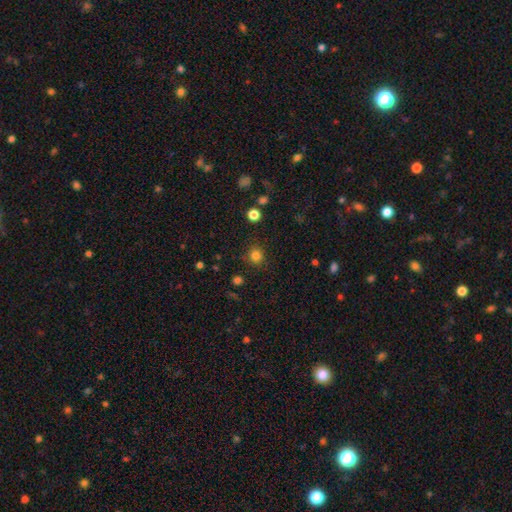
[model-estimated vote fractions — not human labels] smooth-or-featured: smooth: 81% | star or artifact: 14% | featured or disk: 5%
  how-rounded: round: 90% | in between: 9% | cigar-shaped: 1%
  merging: none: 88% | minor disturbance: 8% | major disturbance: 3% | merger: 2%